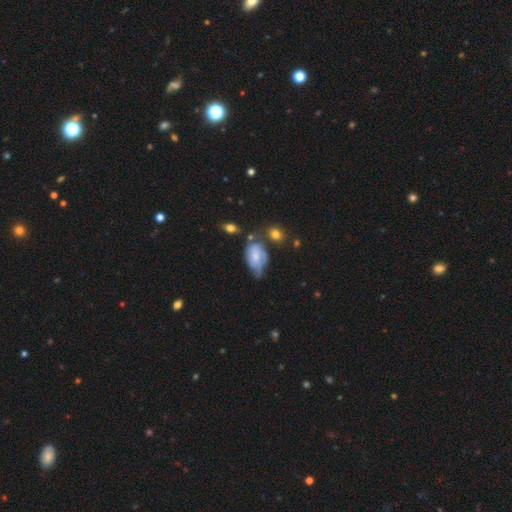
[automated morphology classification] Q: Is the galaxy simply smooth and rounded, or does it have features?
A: featured or disk — 51%.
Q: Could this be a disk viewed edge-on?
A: no — 95%.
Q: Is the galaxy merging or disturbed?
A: minor disturbance — 35%.